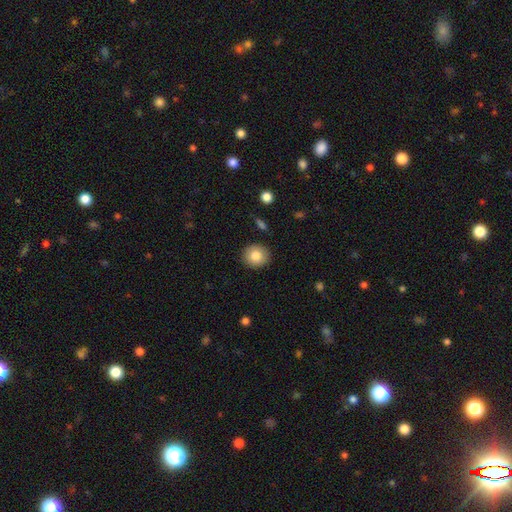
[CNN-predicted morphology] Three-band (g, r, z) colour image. It shows a smooth galaxy with no disk features (83%) that is round (82%). Merging: none (90%).